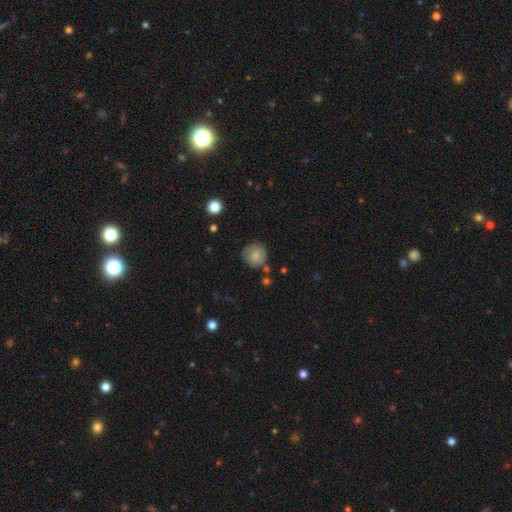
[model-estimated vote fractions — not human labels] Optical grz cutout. It shows a smooth galaxy with no disk features (79%) that is round (92%). Merging: none (75%).